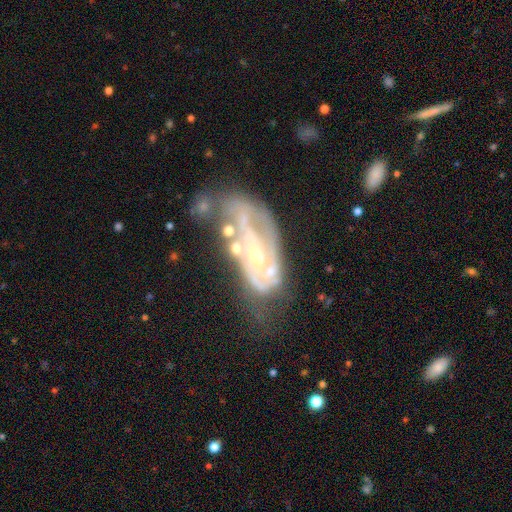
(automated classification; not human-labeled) A featured or disk galaxy (78%) with no bar (63%), spiral arms (69%) and a small central bulge (64%). Merging: none (34%).